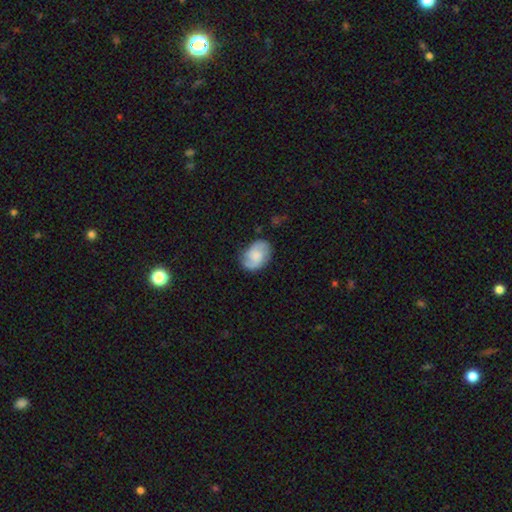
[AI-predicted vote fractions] Smooth or featured?
  - featured or disk: 54% *
  - smooth: 39%
  - star or artifact: 7%
Edge-on disk?
  - no: 97% *
  - yes: 3%
Bar?
  - no: 67% *
  - weak: 29%
  - strong: 4%
Spiral arms?
  - yes: 90% *
  - no: 10%
Bulge size?
  - none: 30% *
  - moderate: 26%
  - small: 22%
  - large: 18%
  - dominant: 3%
Merging?
  - none: 71% *
  - minor disturbance: 21%
  - major disturbance: 7%
  - merger: 2%